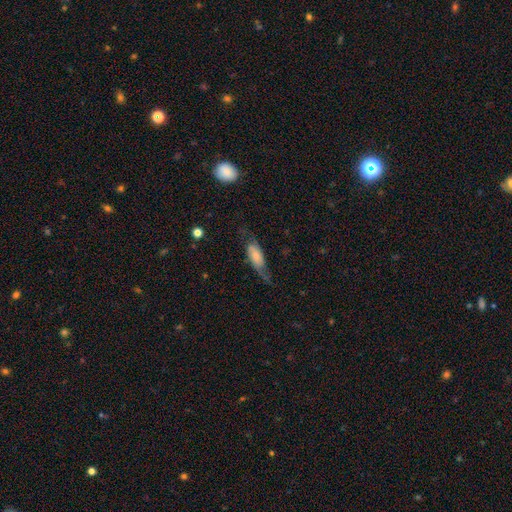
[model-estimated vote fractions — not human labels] Smooth or featured? Predicted: featured or disk (p=0.47). Merging? Predicted: none (p=0.51).